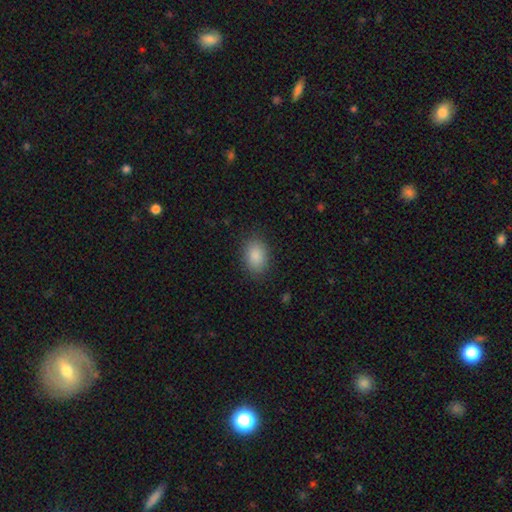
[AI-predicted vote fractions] smooth 88%, star or artifact 7%, featured or disk 4%. Down the decision tree: how rounded — in between (81%); merging — none (85%).